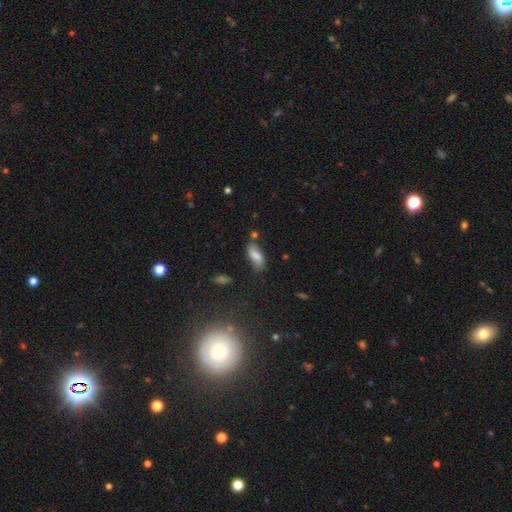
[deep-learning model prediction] The model was most divided on "merging": none: 63%, minor disturbance: 23%, merger: 8%, major disturbance: 6%. More confident: how rounded — in between (82%); smooth or featured — smooth (74%).